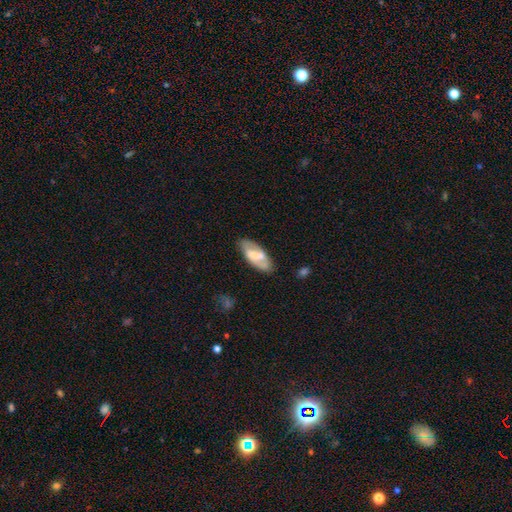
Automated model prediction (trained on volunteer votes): Smooth or featured? Predicted: featured or disk (p=0.55). Edge-on disk? Predicted: no (p=0.90). Merging? Predicted: none (p=0.74).